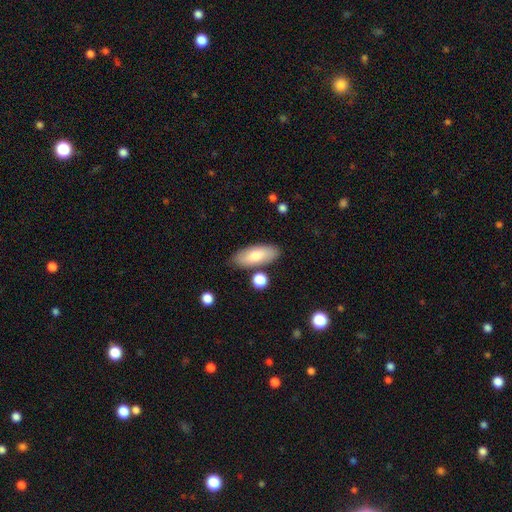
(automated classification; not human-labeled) A smooth galaxy with no disk features (76%) that is in between round and cigar-shaped (79%). Merging: none (81%).